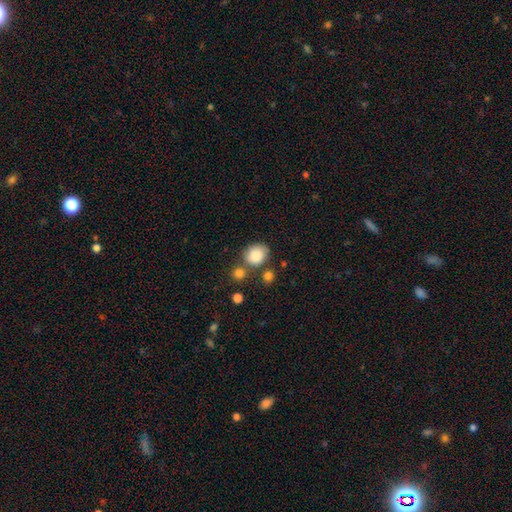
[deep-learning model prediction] smooth 86%, star or artifact 8%, featured or disk 6%. Down the decision tree: how rounded — round (65%); merging — none (60%).